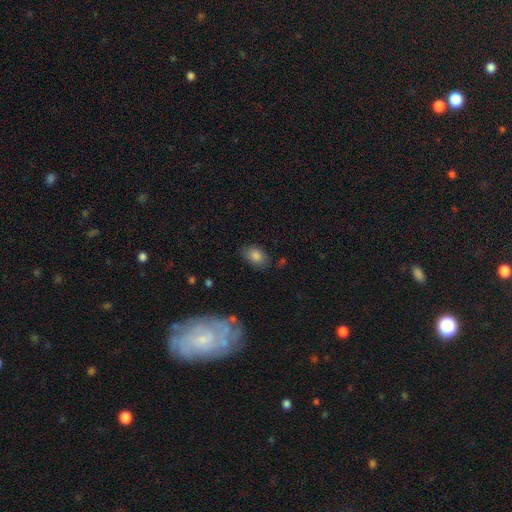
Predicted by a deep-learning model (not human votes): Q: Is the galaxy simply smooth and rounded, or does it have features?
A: smooth — 83%.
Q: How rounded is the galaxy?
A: in between — 82%.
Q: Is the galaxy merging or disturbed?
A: none — 76%.